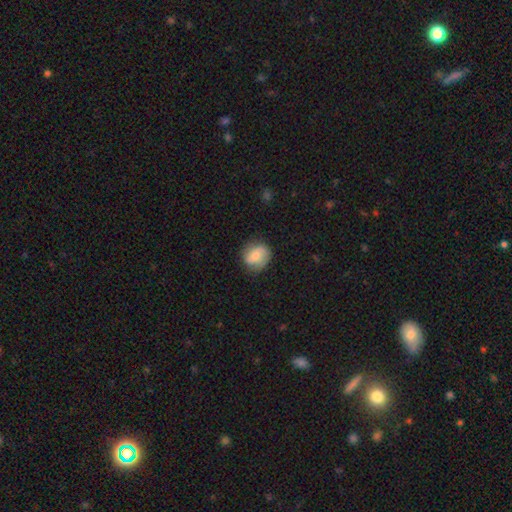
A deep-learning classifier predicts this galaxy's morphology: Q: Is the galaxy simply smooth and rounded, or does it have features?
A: smooth — 59%.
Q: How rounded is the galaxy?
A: round — 75%.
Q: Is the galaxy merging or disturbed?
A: none — 75%.